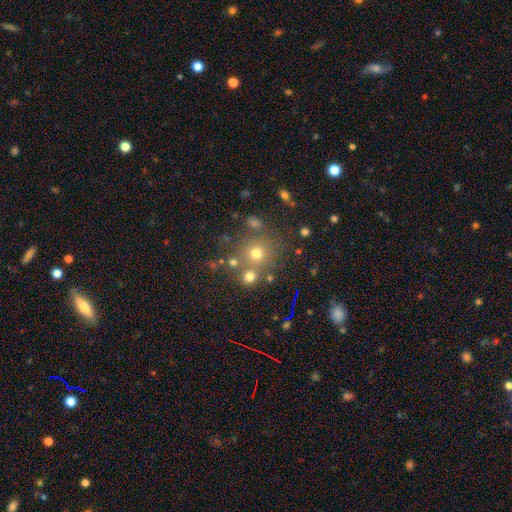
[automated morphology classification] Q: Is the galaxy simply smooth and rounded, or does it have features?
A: smooth — 56%.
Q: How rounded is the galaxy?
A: round — 88%.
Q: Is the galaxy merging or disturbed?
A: none — 65%.